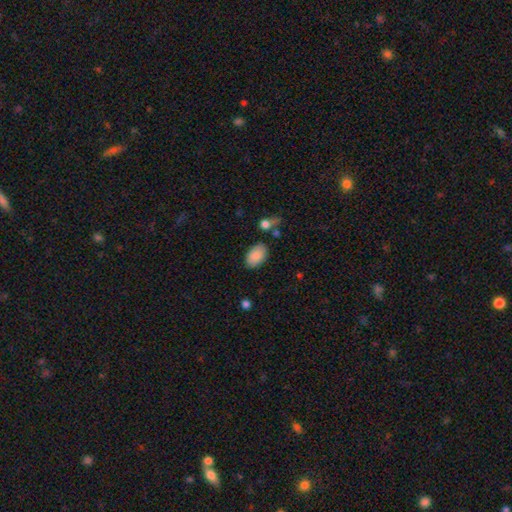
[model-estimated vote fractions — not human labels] A smooth galaxy with no disk features (88%) that is in between round and cigar-shaped (92%). Merging: none (81%).